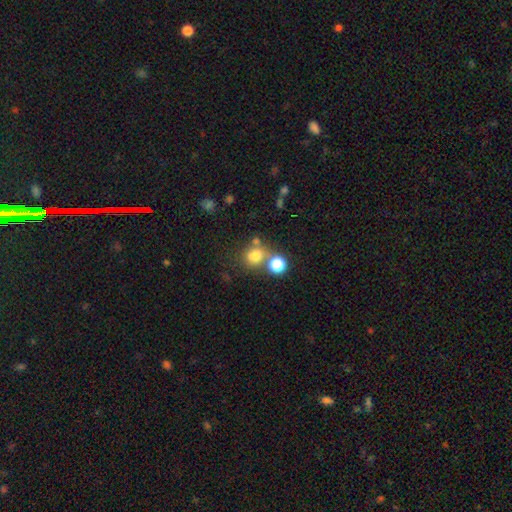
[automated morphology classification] Smooth or featured? Predicted: smooth (p=0.73). How rounded? Predicted: round (p=0.76). Merging? Predicted: none (p=0.54).